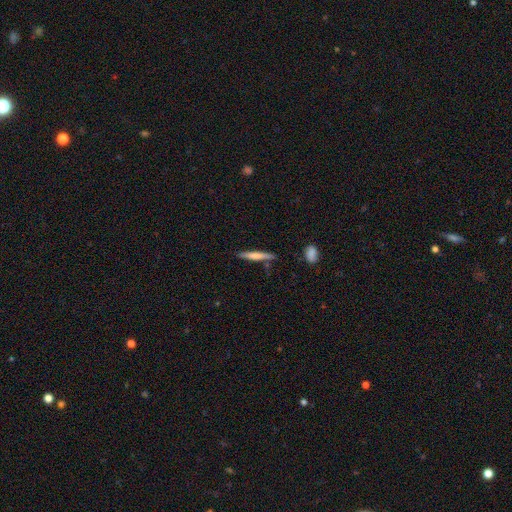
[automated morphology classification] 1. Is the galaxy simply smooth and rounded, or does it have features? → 66% smooth, 29% featured or disk, 5% star or artifact.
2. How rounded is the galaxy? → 94% cigar-shaped, 5% in between, 1% round.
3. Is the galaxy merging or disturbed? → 81% none, 13% minor disturbance, 4% merger, 2% major disturbance.